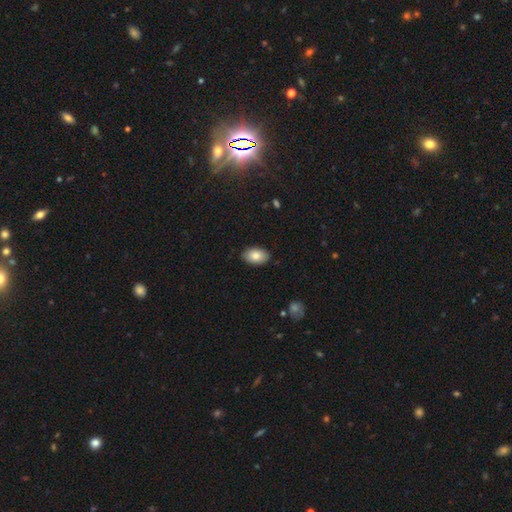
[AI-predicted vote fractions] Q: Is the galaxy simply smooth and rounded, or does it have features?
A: smooth — 83%.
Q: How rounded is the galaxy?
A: in between — 93%.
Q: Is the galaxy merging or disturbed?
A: none — 88%.